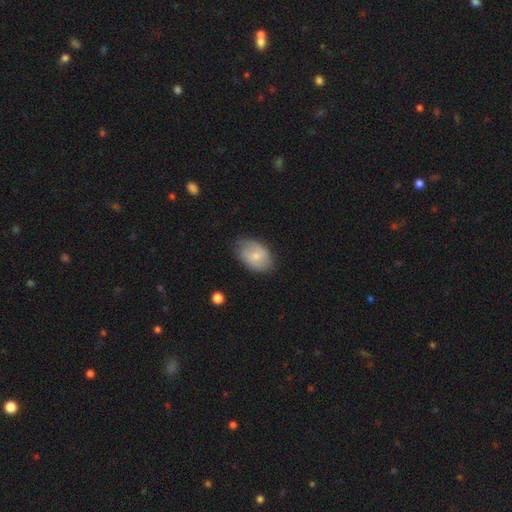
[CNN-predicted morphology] Smooth or featured? smooth (61%)
How rounded? in between (83%)
Merging? none (68%)